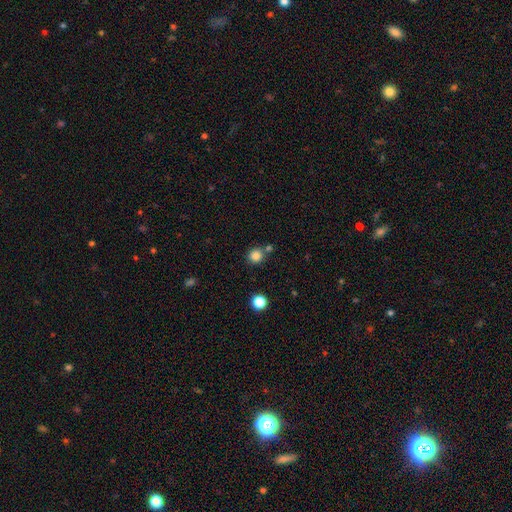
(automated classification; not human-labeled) Overall: smooth (83%). How rounded: round (89%). Merging: none (71%).